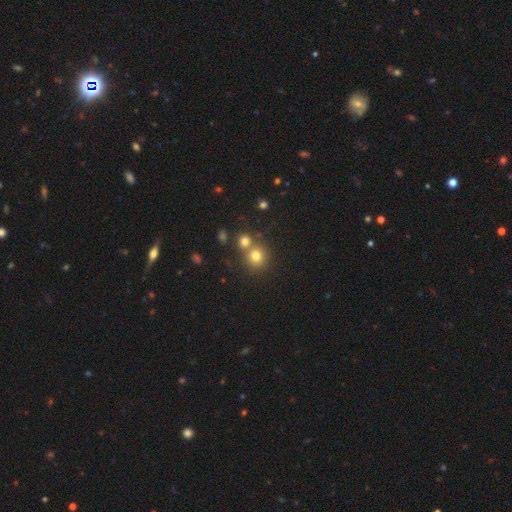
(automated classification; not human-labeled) Q: Smooth or featured?
A: smooth (76%); runner-up: star or artifact (15%)
Q: How rounded?
A: round (85%); runner-up: in between (14%)
Q: Merging?
A: none (57%); runner-up: merger (34%)